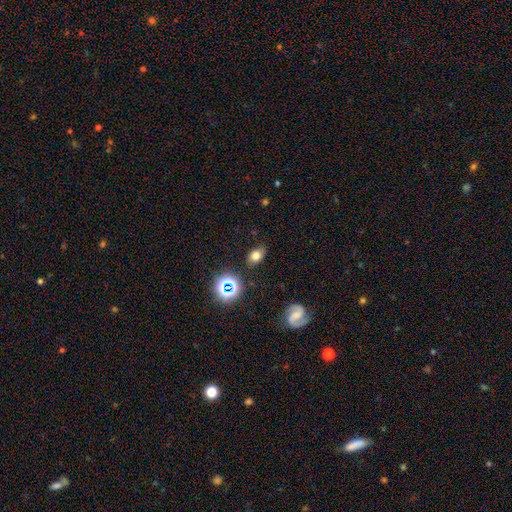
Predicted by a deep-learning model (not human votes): Smooth or featured: smooth — 67% (star or artifact — 18%)
How rounded: in between — 76% (round — 23%)
Merging: none — 80% (minor disturbance — 14%)